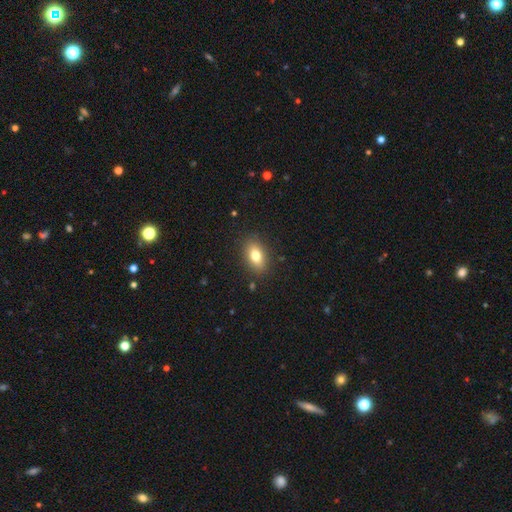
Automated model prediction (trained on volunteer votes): A smooth galaxy with no disk features (77%) that is in between round and cigar-shaped (86%). Merging: none (87%).